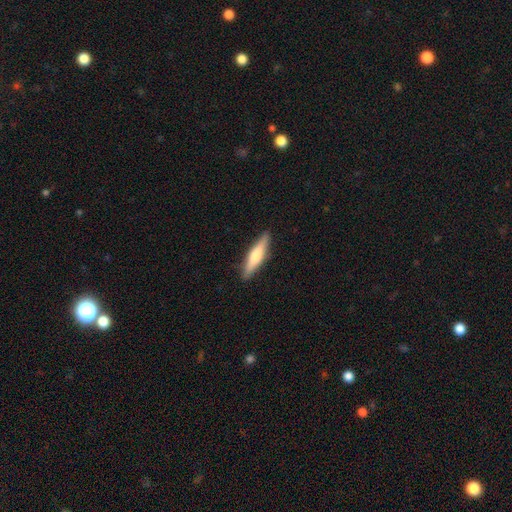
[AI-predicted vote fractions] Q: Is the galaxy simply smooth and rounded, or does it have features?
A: smooth — 58%.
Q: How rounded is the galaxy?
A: cigar-shaped — 81%.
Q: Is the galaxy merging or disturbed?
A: none — 88%.